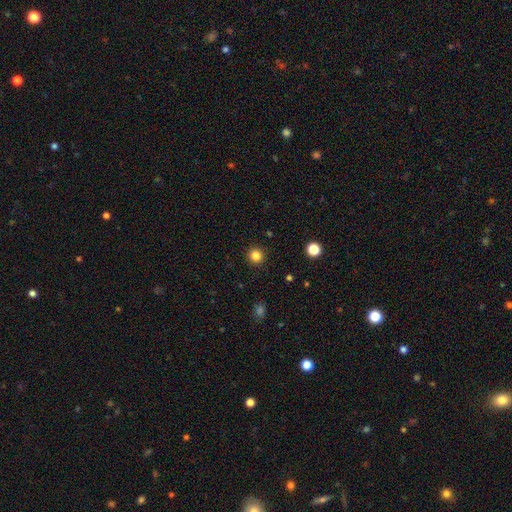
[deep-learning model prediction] The model was most divided on "smooth or featured": smooth: 83%, star or artifact: 13%, featured or disk: 4%. More confident: how rounded — round (95%); merging — none (92%).